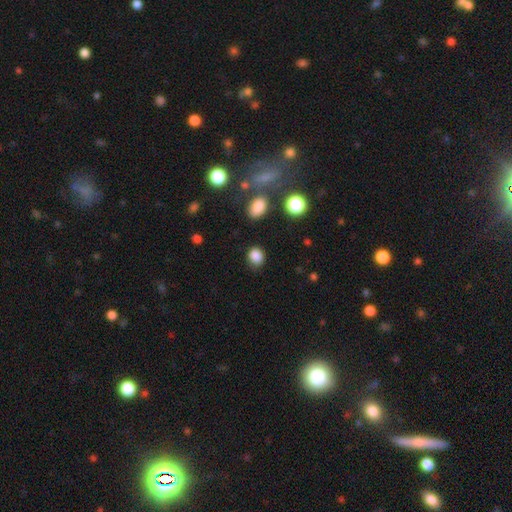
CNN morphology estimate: A smooth galaxy with no disk features (85%) that is round (62%). Merging: none (82%).